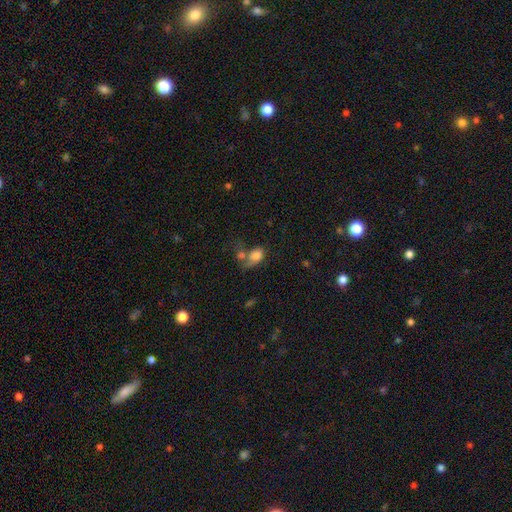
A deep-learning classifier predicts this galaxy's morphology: This is likely a smooth galaxy (76%). How rounded: likely in between (73%). Merging: marginally merger (41%).